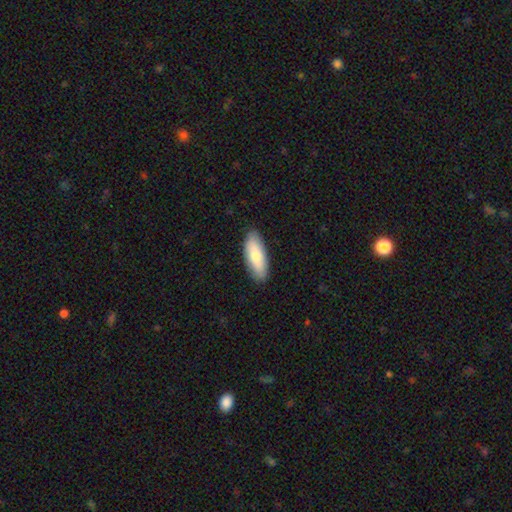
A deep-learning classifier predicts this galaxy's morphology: The model was most divided on "how rounded": in between: 74%, cigar-shaped: 24%, round: 2%. More confident: merging — none (87%); smooth or featured — smooth (74%).